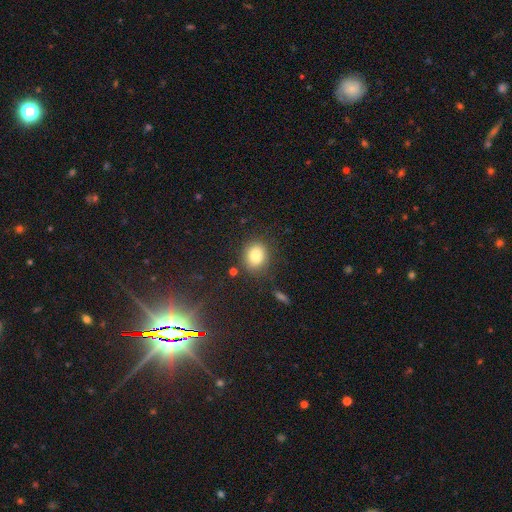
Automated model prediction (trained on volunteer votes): smooth 83%, star or artifact 10%, featured or disk 7%. Down the decision tree: how rounded — round (63%); merging — none (80%).